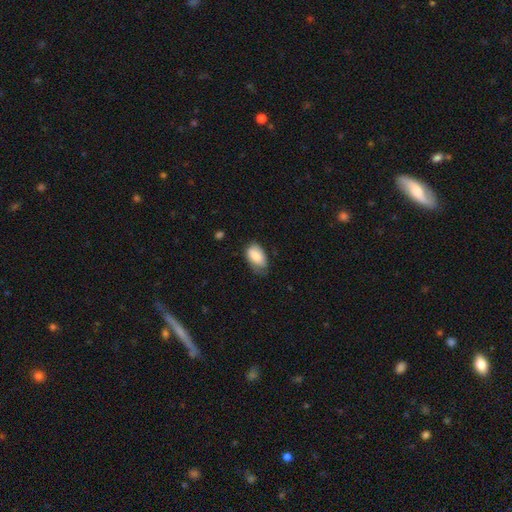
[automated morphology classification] Smooth or featured?
  - smooth: 78% *
  - featured or disk: 15%
  - star or artifact: 6%
How rounded?
  - in between: 93% *
  - round: 5%
  - cigar-shaped: 2%
Merging?
  - none: 50% *
  - minor disturbance: 37%
  - major disturbance: 12%
  - merger: 2%